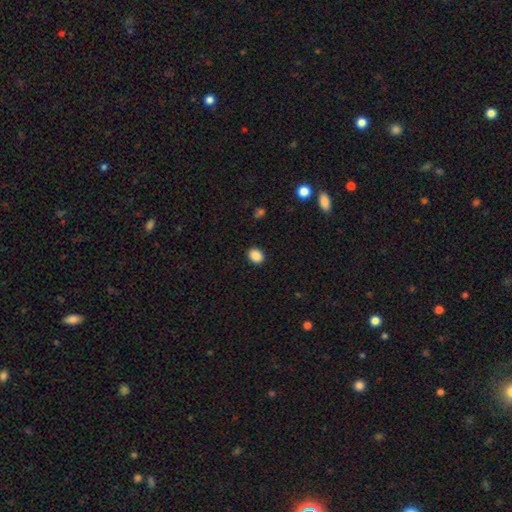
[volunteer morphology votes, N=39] Overall: smooth (87%). How rounded: in between (56%; round 41%). Merging: none (81%).